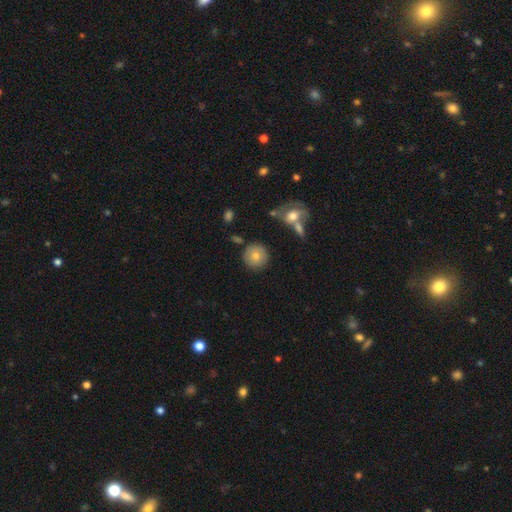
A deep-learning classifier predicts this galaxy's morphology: A smooth galaxy with no disk features (74%) that is round (93%). Merging: none (83%).